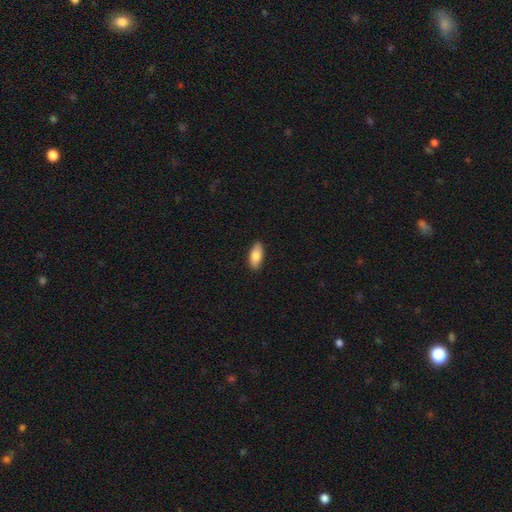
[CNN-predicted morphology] smooth_or_featured: smooth (p=0.83) [alt: featured or disk p=0.11]
how_rounded: in between (p=0.87) [alt: cigar-shaped p=0.11]
merging: none (p=0.89) [alt: minor disturbance p=0.09]